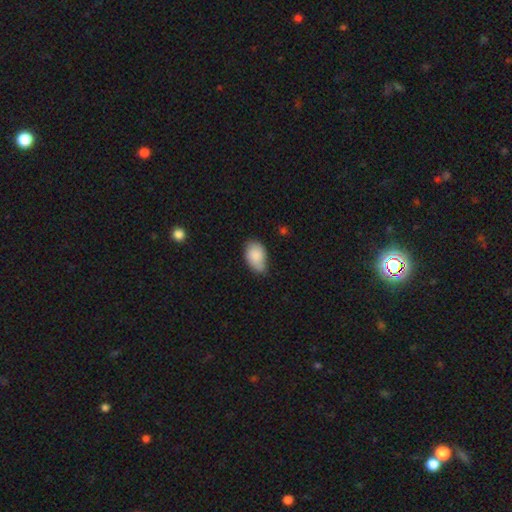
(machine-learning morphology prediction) smooth-or-featured: smooth: 84% | featured or disk: 9% | star or artifact: 7%
  how-rounded: in between: 89% | round: 10% | cigar-shaped: 1%
  merging: none: 49% | minor disturbance: 41% | major disturbance: 7% | merger: 3%